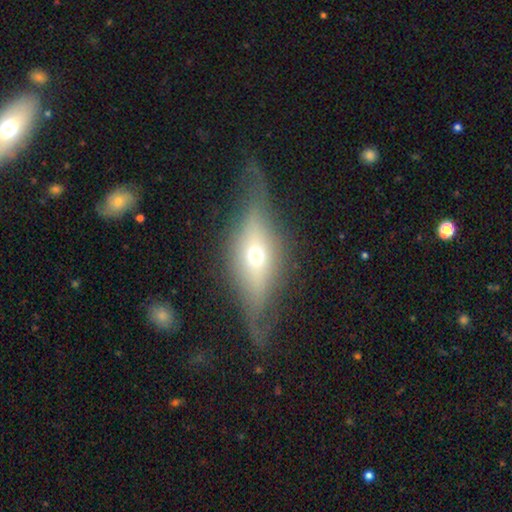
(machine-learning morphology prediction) A featured or disk galaxy (73%) viewed edge-on (83%) with a rounded central bulge (90%). Merging: none (69%).